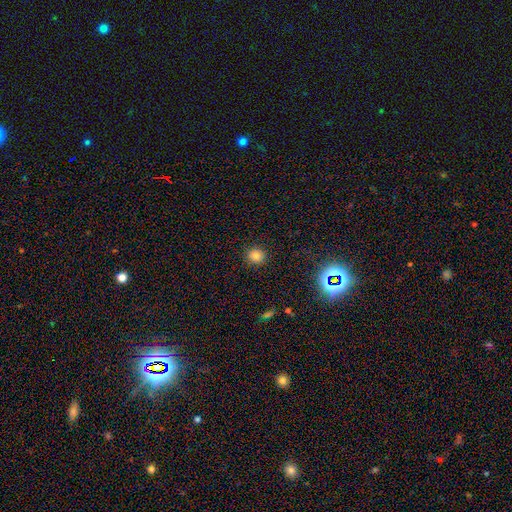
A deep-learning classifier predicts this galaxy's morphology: Smooth or featured: smooth — 81% (star or artifact — 14%)
How rounded: round — 86% (in between — 13%)
Merging: none — 90% (minor disturbance — 7%)